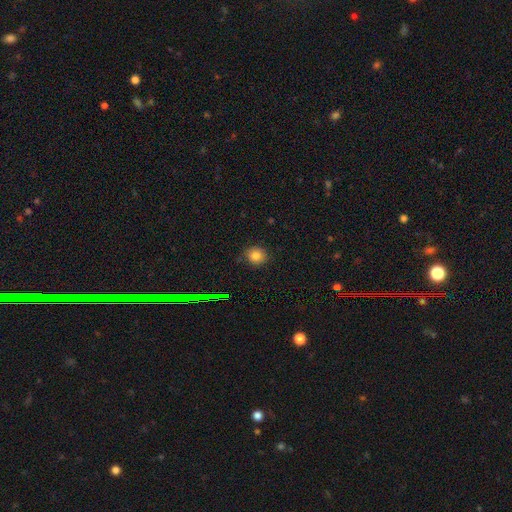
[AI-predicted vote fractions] Smooth or featured? Predicted: smooth (p=0.78). How rounded? Predicted: round (p=0.86). Merging? Predicted: none (p=0.83).